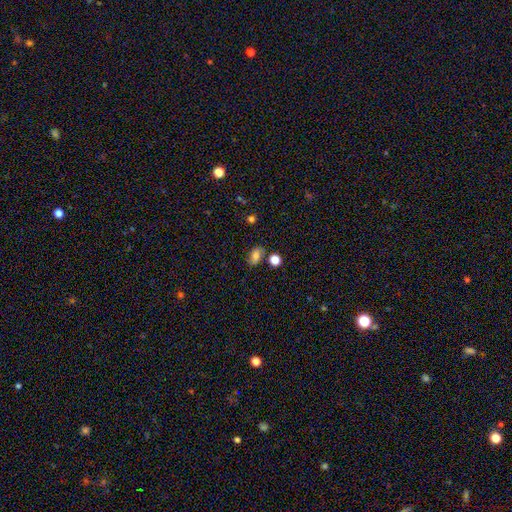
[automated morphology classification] This appears to be a smooth galaxy with no disk features (63%) that is in between round and cigar-shaped (81%). Merging: none (69%).